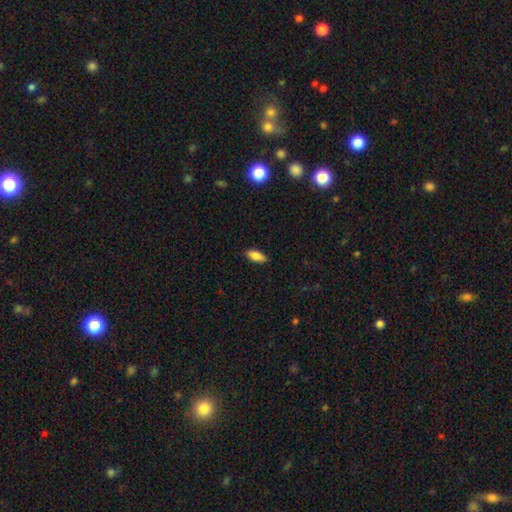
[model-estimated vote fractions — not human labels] A smooth galaxy with no disk features (83%) that is in between round and cigar-shaped (84%).

Vote fractions:
- Smooth or featured? smooth: 83% / featured or disk: 10% / star or artifact: 7%
- How rounded? in between: 84% / cigar-shaped: 14% / round: 2%
- Merging? none: 86% / minor disturbance: 11% / major disturbance: 2% / merger: 1%